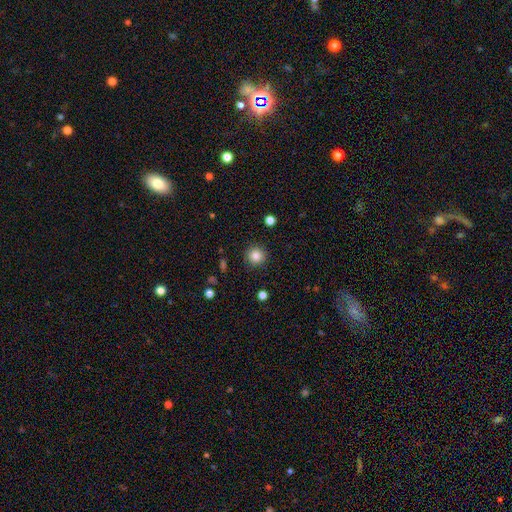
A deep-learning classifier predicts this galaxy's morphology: Smooth or featured? smooth (84%)
How rounded? round (94%)
Merging? none (91%)